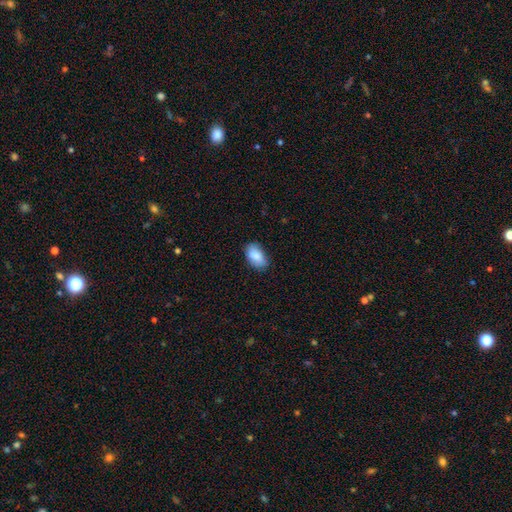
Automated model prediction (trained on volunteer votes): Q: Smooth or featured?
A: smooth (87%); runner-up: star or artifact (7%)
Q: How rounded?
A: in between (93%); runner-up: round (5%)
Q: Merging?
A: none (80%); runner-up: minor disturbance (16%)